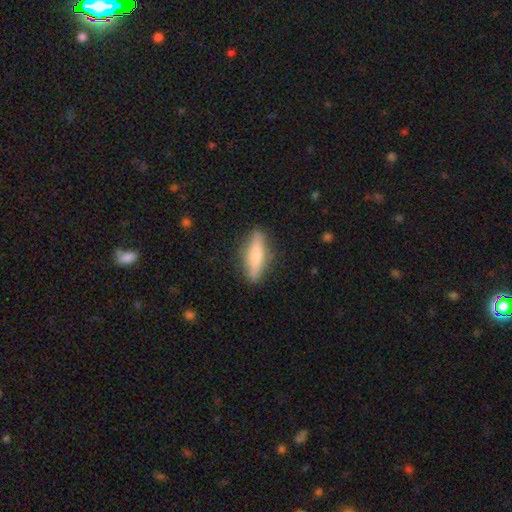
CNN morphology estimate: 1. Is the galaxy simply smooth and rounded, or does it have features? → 64% smooth, 30% featured or disk, 6% star or artifact.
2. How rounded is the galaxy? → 71% cigar-shaped, 27% in between, 2% round.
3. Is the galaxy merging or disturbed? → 86% none, 10% minor disturbance, 2% major disturbance, 1% merger.